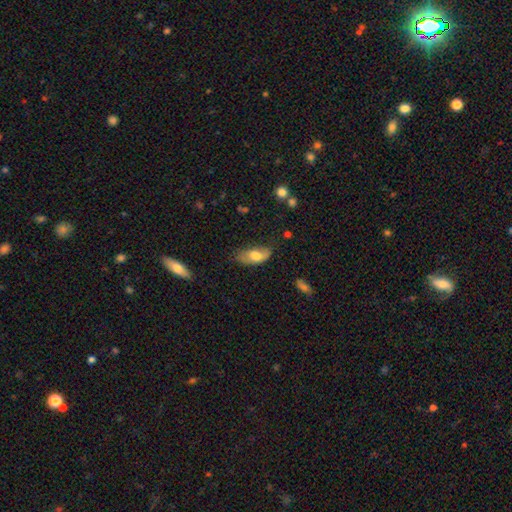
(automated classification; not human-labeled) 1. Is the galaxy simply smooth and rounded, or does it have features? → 65% smooth, 29% featured or disk, 6% star or artifact.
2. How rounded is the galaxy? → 88% in between, 8% cigar-shaped, 4% round.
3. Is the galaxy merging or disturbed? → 57% none, 31% minor disturbance, 10% major disturbance, 2% merger.